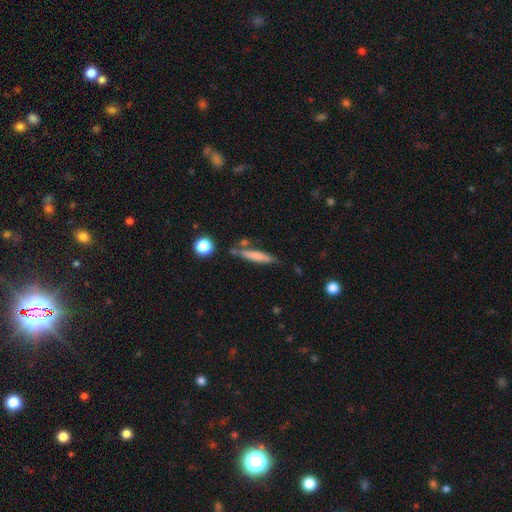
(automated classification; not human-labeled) Smooth or featured? Predicted: smooth (p=0.67). How rounded? Predicted: cigar-shaped (p=0.89). Merging? Predicted: none (p=0.73).